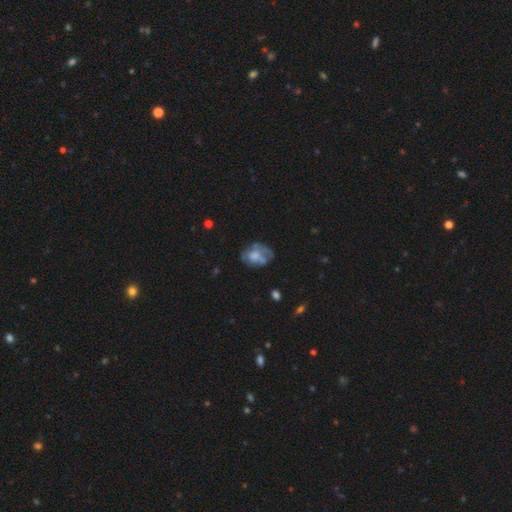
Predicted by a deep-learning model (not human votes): Smooth or featured: featured or disk — 46% (smooth — 45%)
Merging: none — 43% (minor disturbance — 27%)